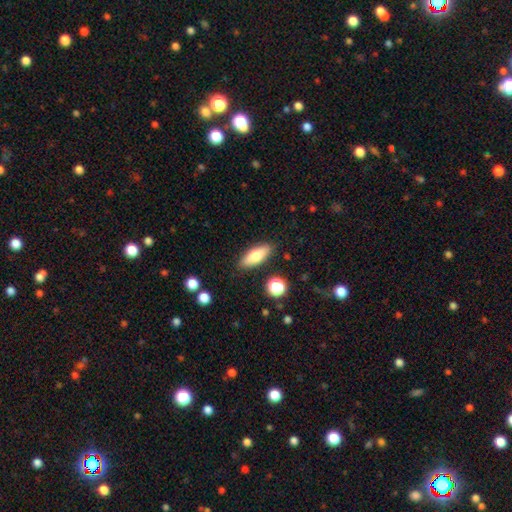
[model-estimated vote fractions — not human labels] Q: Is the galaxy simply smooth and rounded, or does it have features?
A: smooth — 74%.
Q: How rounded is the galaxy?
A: in between — 67%.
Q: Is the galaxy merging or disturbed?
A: none — 86%.